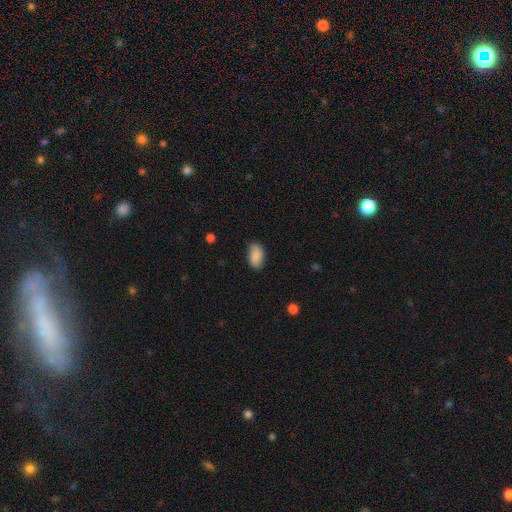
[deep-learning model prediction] Smooth or featured? Predicted: smooth (p=0.87). How rounded? Predicted: in between (p=0.93). Merging? Predicted: none (p=0.75).